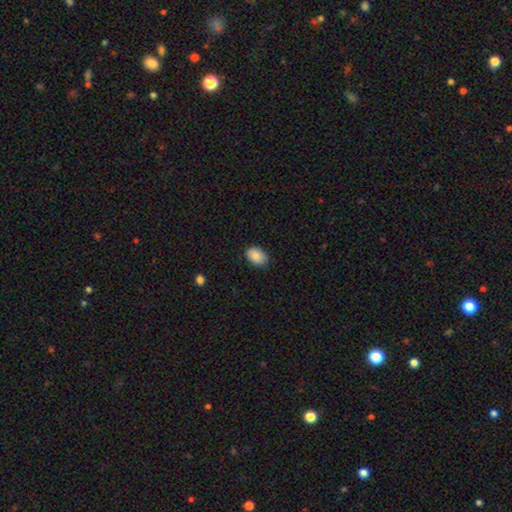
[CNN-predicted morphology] Q: Smooth or featured?
A: smooth (87%); runner-up: star or artifact (7%)
Q: How rounded?
A: in between (79%); runner-up: round (20%)
Q: Merging?
A: none (82%); runner-up: minor disturbance (14%)